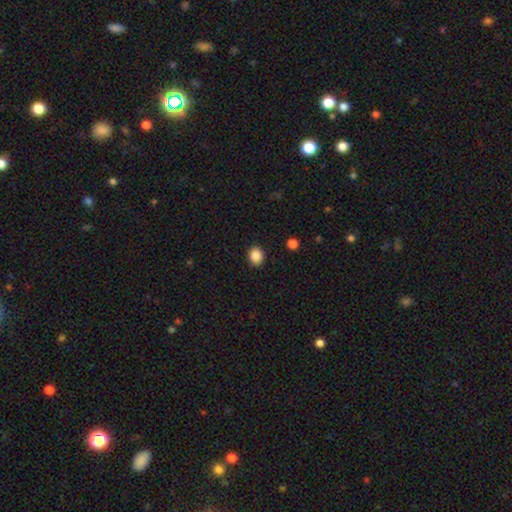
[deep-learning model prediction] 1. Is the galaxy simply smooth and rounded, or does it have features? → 88% smooth, 9% star or artifact, 3% featured or disk.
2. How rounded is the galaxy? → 63% round, 36% in between, 1% cigar-shaped.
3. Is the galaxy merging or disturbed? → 91% none, 6% minor disturbance, 2% major disturbance, 1% merger.